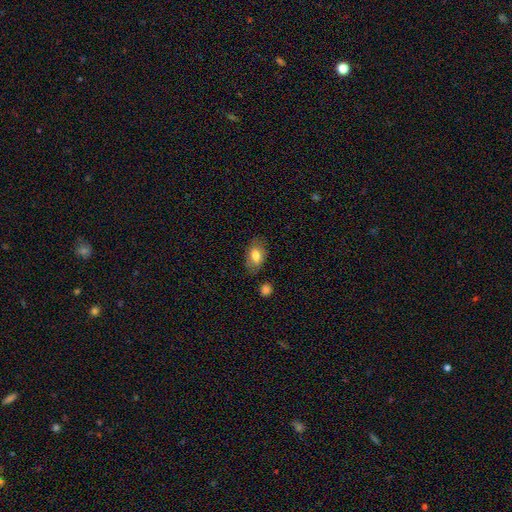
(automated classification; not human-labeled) smooth-or-featured: smooth: 76% | featured or disk: 17% | star or artifact: 7%
  how-rounded: in between: 89% | round: 9% | cigar-shaped: 2%
  merging: none: 76% | minor disturbance: 16% | major disturbance: 4% | merger: 3%